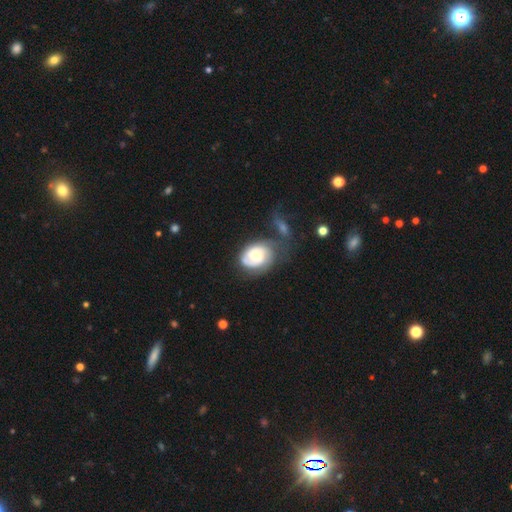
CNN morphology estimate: Q: Smooth or featured?
A: featured or disk (74%); runner-up: smooth (21%)
Q: Edge-on disk?
A: no (97%); runner-up: yes (3%)
Q: Bar?
A: no (60%); runner-up: weak (33%)
Q: Spiral arms?
A: yes (91%); runner-up: no (9%)
Q: Spiral winding?
A: tight (55%); runner-up: medium (33%)
Q: Spiral arm count?
A: 2 (55%); runner-up: can't tell (20%)
Q: Bulge size?
A: moderate (56%); runner-up: small (23%)
Q: Merging?
A: none (45%); runner-up: minor disturbance (23%)